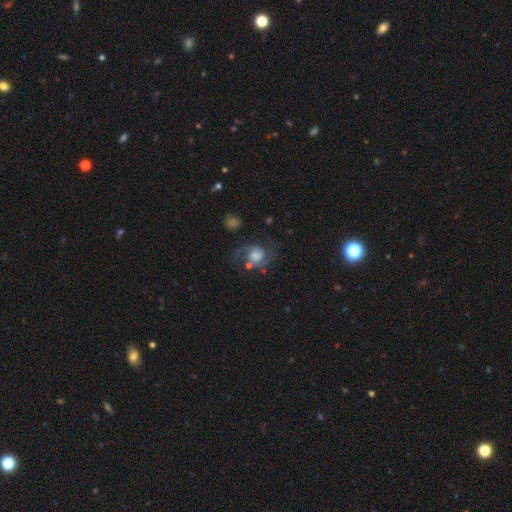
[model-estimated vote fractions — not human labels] Smooth or featured? featured or disk (72%)
Edge-on disk? no (98%)
Bar? no (68%)
Spiral arms? yes (93%)
Spiral winding? medium (52%)
Spiral arm count? 2 (88%)
Bulge size? moderate (34%)
Merging? none (62%)